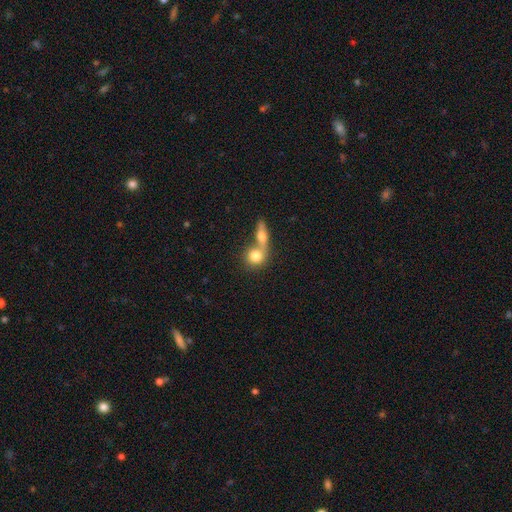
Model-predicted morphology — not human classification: This is likely a smooth galaxy (75%). How rounded: likely round (73%). Merging: possibly merger (58%).